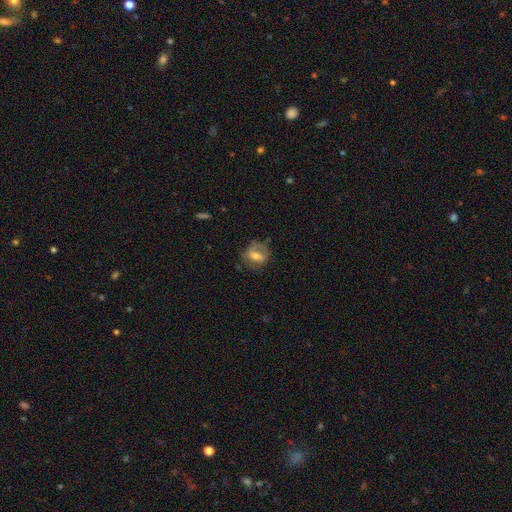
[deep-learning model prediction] Smooth or featured: smooth — 49% (featured or disk — 42%)
Merging: none — 57% (minor disturbance — 25%)